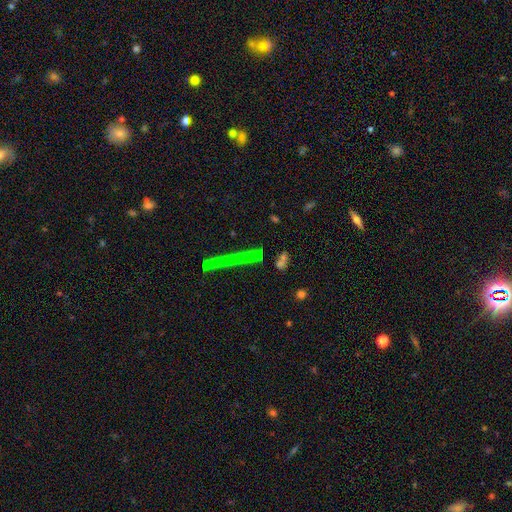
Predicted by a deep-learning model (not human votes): A star or artifact, not a galaxy (38%).

Vote fractions:
- Smooth or featured? star or artifact: 38% / smooth: 35% / featured or disk: 27%